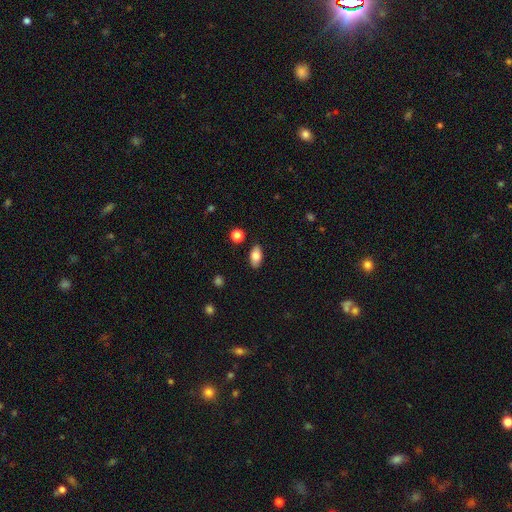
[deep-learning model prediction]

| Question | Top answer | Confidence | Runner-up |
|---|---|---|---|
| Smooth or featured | smooth | 79% | featured or disk (13%) |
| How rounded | in between | 90% | round (5%) |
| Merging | none | 87% | minor disturbance (9%) |